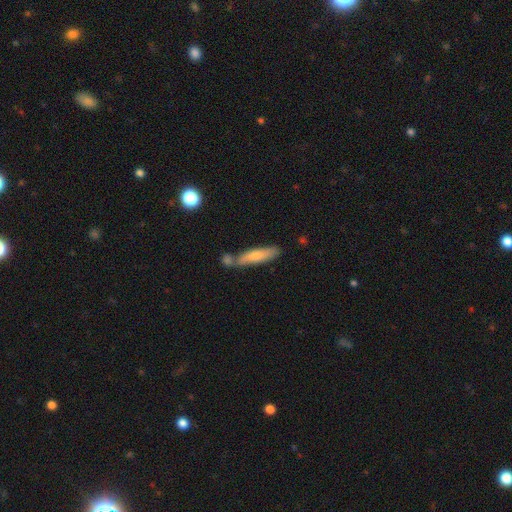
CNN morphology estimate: smooth-or-featured: smooth: 71% | featured or disk: 23% | star or artifact: 6%
  how-rounded: cigar-shaped: 81% | in between: 17% | round: 2%
  merging: none: 60% | merger: 21% | minor disturbance: 15% | major disturbance: 4%